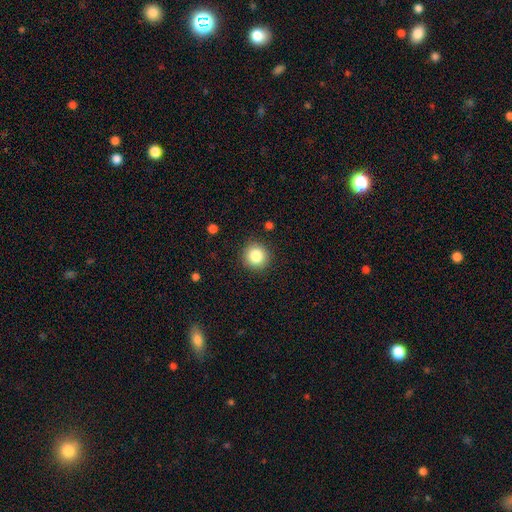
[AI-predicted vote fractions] The model was most divided on "smooth or featured": smooth: 85%, star or artifact: 9%, featured or disk: 5%. More confident: how rounded — round (94%); merging — none (90%).